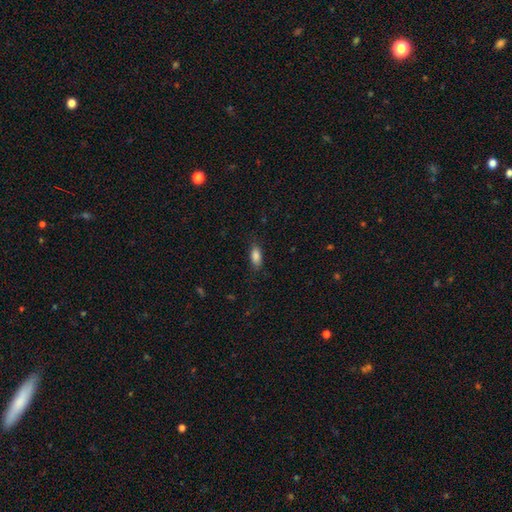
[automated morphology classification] The model was most divided on "merging": none: 80%, minor disturbance: 15%, major disturbance: 4%, merger: 1%. More confident: smooth or featured — smooth (86%); how rounded — in between (85%).